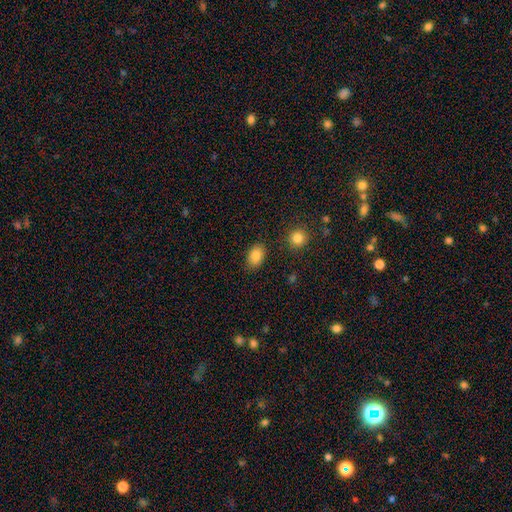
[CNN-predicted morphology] Q: Smooth or featured?
A: smooth (85%); runner-up: star or artifact (8%)
Q: How rounded?
A: in between (85%); runner-up: round (14%)
Q: Merging?
A: none (85%); runner-up: minor disturbance (10%)